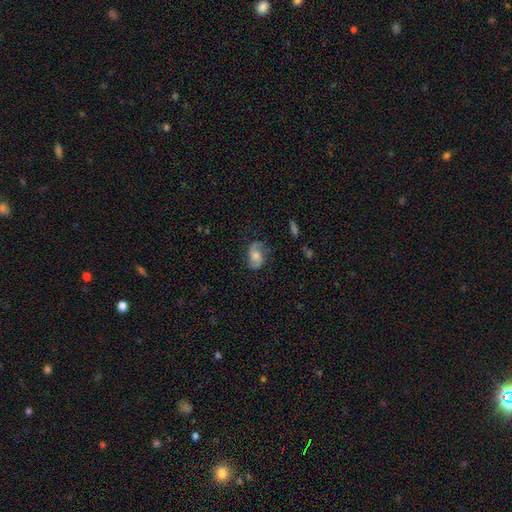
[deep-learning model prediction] A featured or disk galaxy (55%) with no bar (65%), spiral arms (88%) and a moderate central bulge (56%).

Vote fractions:
- Smooth or featured? featured or disk: 55% / smooth: 37% / star or artifact: 8%
- Edge-on disk? no: 96% / yes: 4%
- Bar? no: 65% / weak: 29% / strong: 6%
- Spiral arms? yes: 88% / no: 12%
- Bulge size? moderate: 56% / small: 28% / large: 9% / none: 5% / dominant: 2%
- Merging? none: 66% / minor disturbance: 22% / major disturbance: 10% / merger: 2%